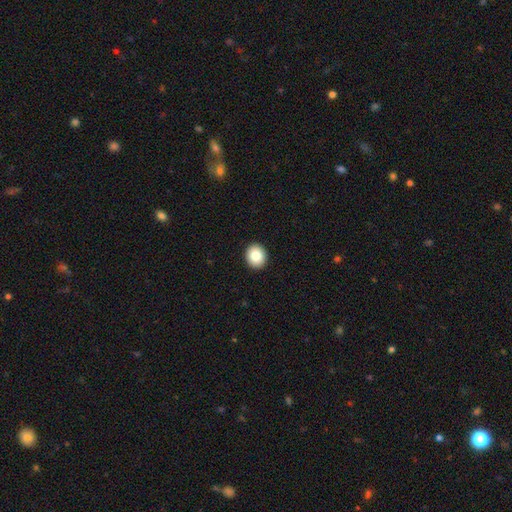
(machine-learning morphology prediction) Smooth or featured: smooth — 85% (star or artifact — 8%)
How rounded: round — 70% (in between — 29%)
Merging: none — 93% (minor disturbance — 5%)